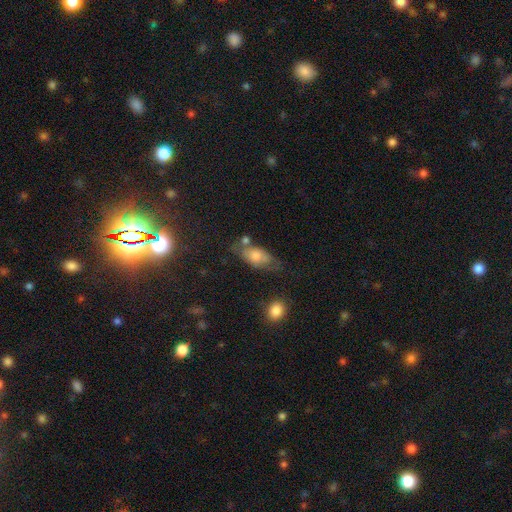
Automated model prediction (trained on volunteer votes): This appears to be a smooth galaxy with no disk features (67%) that is in between round and cigar-shaped (85%). Merging: none (50%).